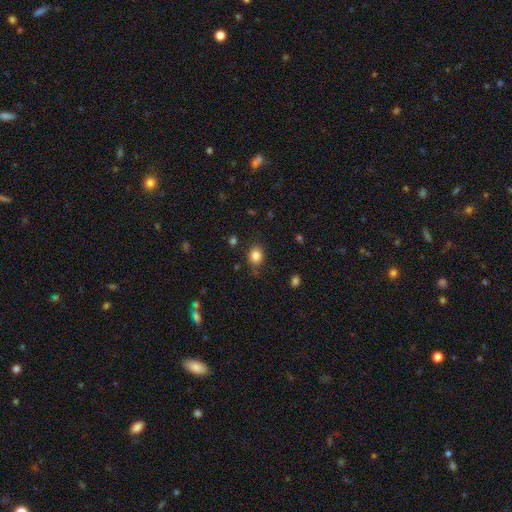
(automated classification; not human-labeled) smooth_or_featured: smooth (p=0.84) [alt: star or artifact p=0.11]
how_rounded: round (p=0.58) [alt: in between p=0.41]
merging: none (p=0.79) [alt: minor disturbance p=0.15]